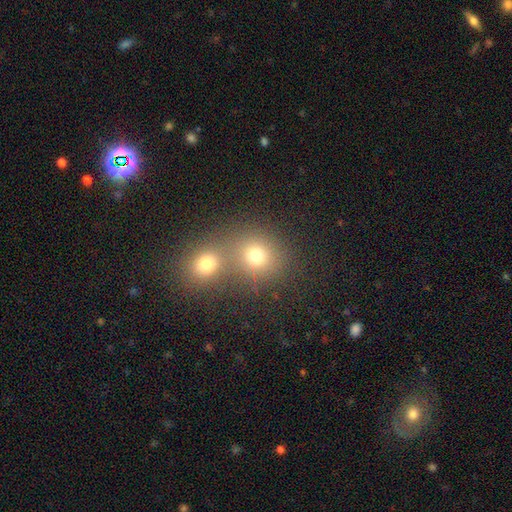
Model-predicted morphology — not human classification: The model was most divided on "merging": merger: 48%, none: 44%, minor disturbance: 6%, major disturbance: 3%. More confident: how rounded — round (81%); smooth or featured — smooth (74%).